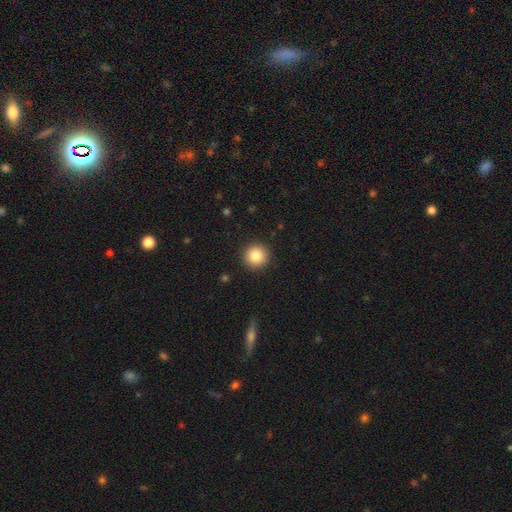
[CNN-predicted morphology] Smooth or featured? smooth (83%)
How rounded? round (95%)
Merging? none (92%)